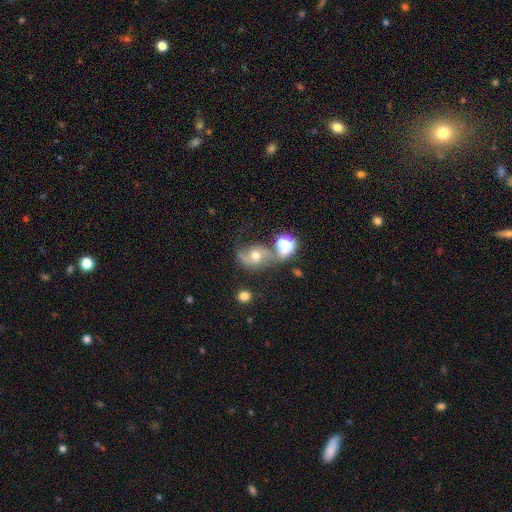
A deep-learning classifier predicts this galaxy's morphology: Smooth or featured: featured or disk — 53% (smooth — 34%)
Edge-on disk: no — 95% (yes — 5%)
Merging: none — 43% (minor disturbance — 21%)